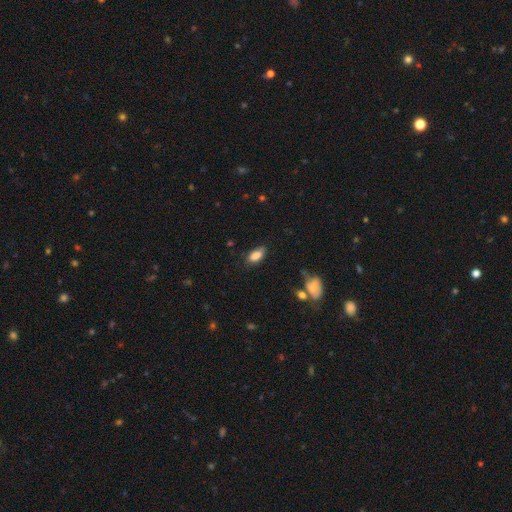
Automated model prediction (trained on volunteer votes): Smooth or featured? smooth (83%)
How rounded? in between (89%)
Merging? none (72%)